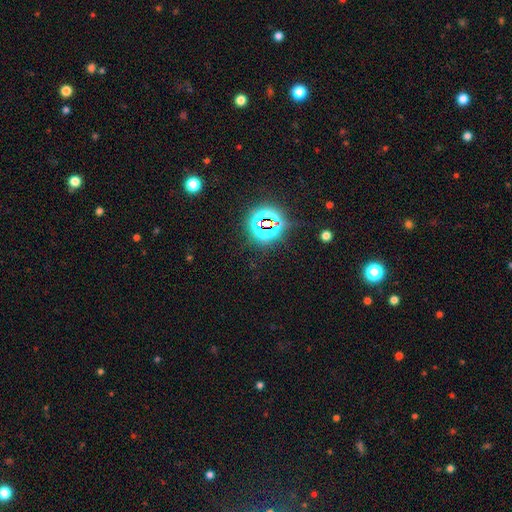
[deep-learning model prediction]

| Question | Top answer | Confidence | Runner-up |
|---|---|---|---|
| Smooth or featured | star or artifact | 83% | smooth (11%) |